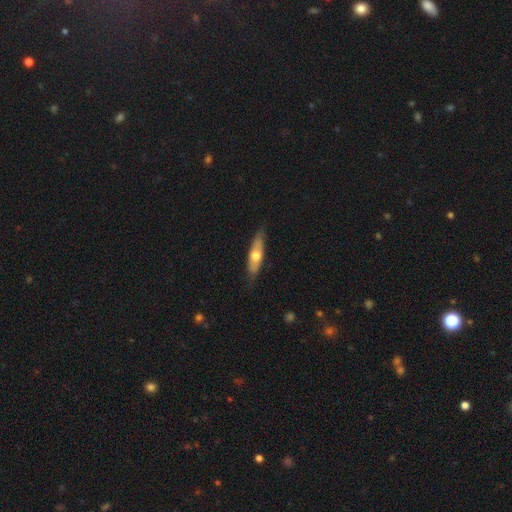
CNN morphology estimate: Smooth or featured? Predicted: smooth (p=0.51). How rounded? Predicted: cigar-shaped (p=0.59). Merging? Predicted: none (p=0.76).